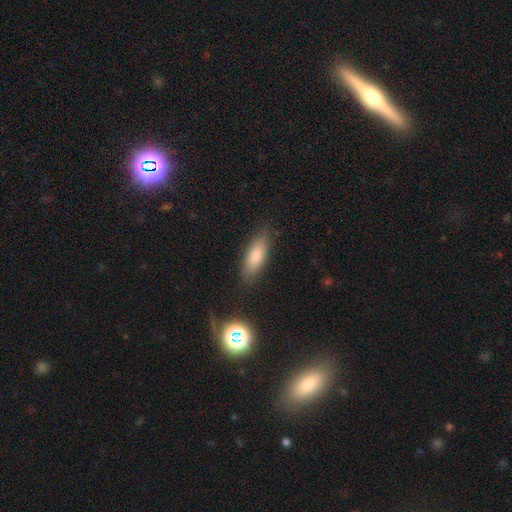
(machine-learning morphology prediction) Smooth or featured? smooth (76%)
How rounded? in between (64%)
Merging? none (83%)